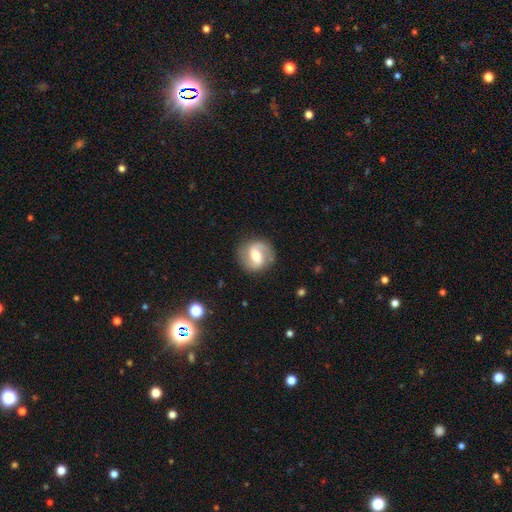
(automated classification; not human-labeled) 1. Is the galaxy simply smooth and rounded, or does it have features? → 69% featured or disk, 24% smooth, 7% star or artifact.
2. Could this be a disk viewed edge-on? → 97% no, 3% yes.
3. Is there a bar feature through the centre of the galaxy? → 47% weak, 31% strong, 22% no.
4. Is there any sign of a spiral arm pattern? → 86% yes, 14% no.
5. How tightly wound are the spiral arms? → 45% medium, 33% loose, 22% tight.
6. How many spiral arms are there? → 87% 2, 6% can't tell, 4% 1, 1% 3, 1% 4, 1% more than 4.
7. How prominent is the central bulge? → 65% moderate, 24% small, 8% large, 1% none, 1% dominant.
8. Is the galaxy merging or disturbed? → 84% none, 11% minor disturbance, 4% major disturbance, 1% merger.